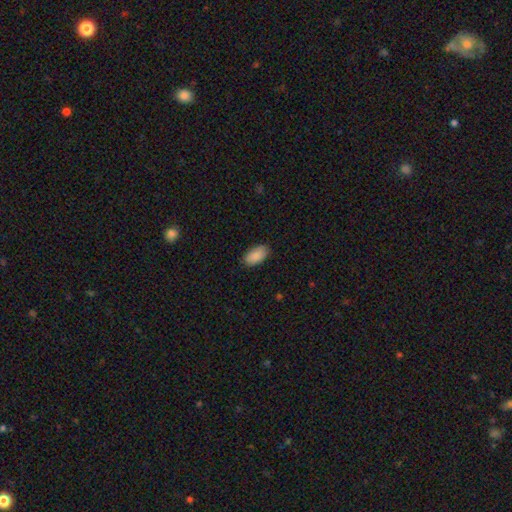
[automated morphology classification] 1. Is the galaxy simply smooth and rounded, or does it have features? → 90% smooth, 6% star or artifact, 4% featured or disk.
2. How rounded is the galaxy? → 95% in between, 3% round, 3% cigar-shaped.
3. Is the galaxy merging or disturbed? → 86% none, 11% minor disturbance, 2% major disturbance, 1% merger.